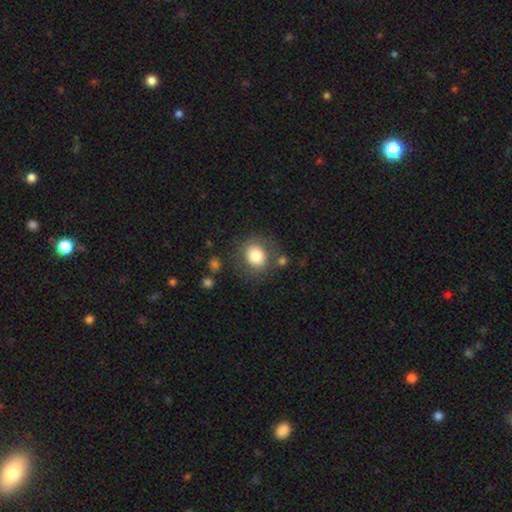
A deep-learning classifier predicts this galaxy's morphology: smooth_or_featured: smooth (p=0.80) [alt: featured or disk p=0.11]
how_rounded: round (p=0.74) [alt: in between p=0.25]
merging: none (p=0.76) [alt: minor disturbance p=0.13]